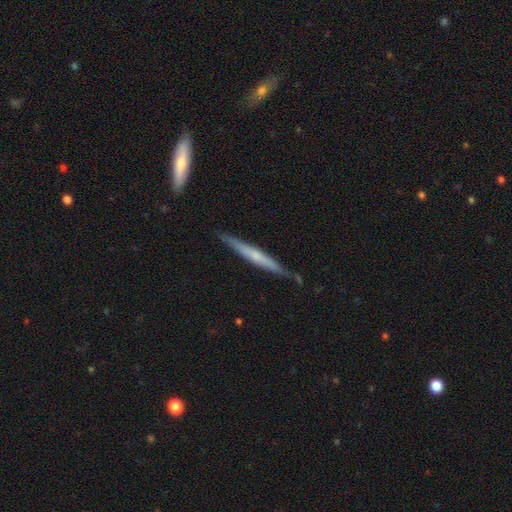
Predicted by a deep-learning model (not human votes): A featured or disk galaxy (55%) viewed edge-on (96%) with no central bulge (53%). Merging: none (85%).